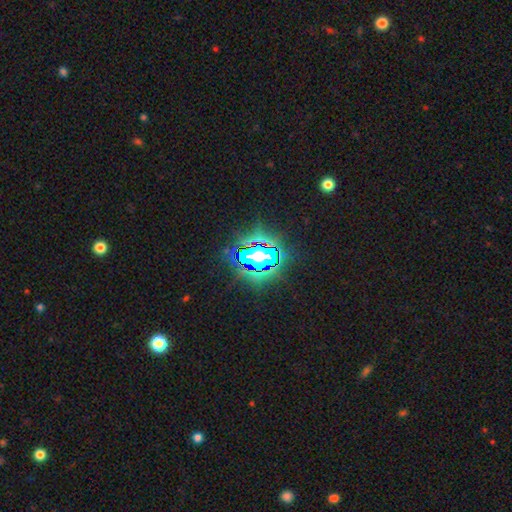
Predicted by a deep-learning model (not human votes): Smooth or featured? star or artifact (74%)